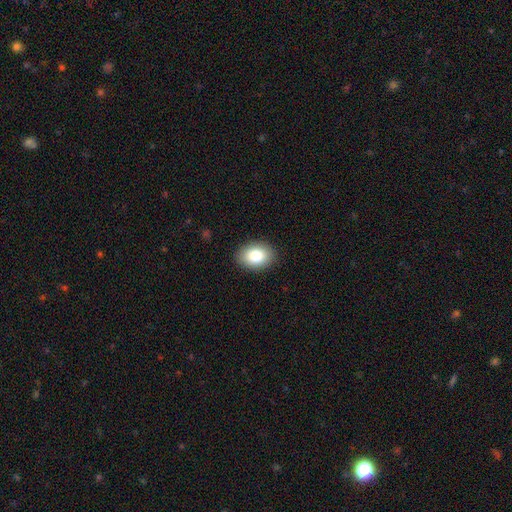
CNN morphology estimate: A smooth galaxy with no disk features (85%) that is in between round and cigar-shaped (77%).

Vote fractions:
- Smooth or featured? smooth: 85% / featured or disk: 8% / star or artifact: 8%
- How rounded? in between: 77% / round: 22% / cigar-shaped: 1%
- Merging? none: 89% / minor disturbance: 8% / major disturbance: 2% / merger: 1%